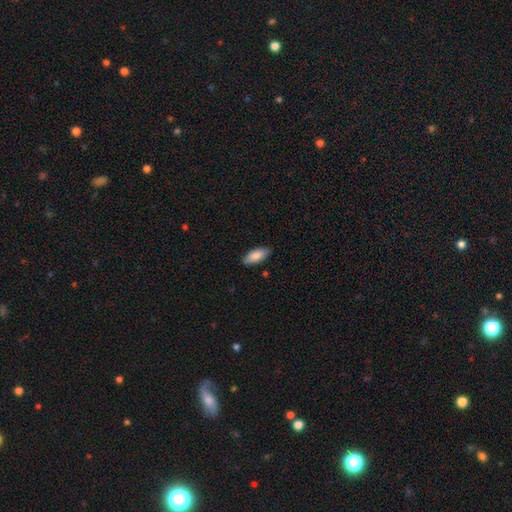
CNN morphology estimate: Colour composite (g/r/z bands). It shows a smooth galaxy with no disk features (86%) that is in between round and cigar-shaped (84%). Merging: none (87%).